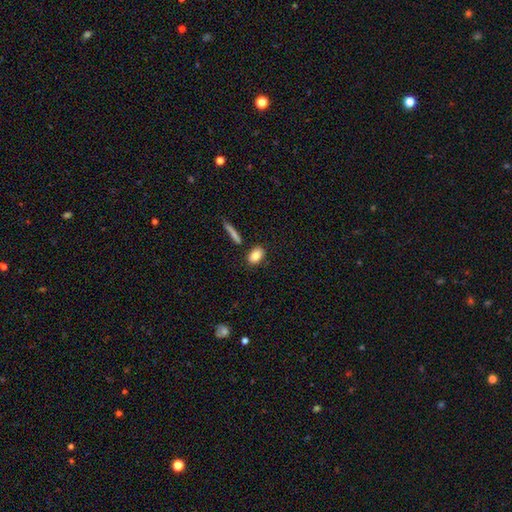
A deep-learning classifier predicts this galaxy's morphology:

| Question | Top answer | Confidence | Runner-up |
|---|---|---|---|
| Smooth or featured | smooth | 85% | featured or disk (8%) |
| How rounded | in between | 81% | round (15%) |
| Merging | none | 80% | minor disturbance (10%) |